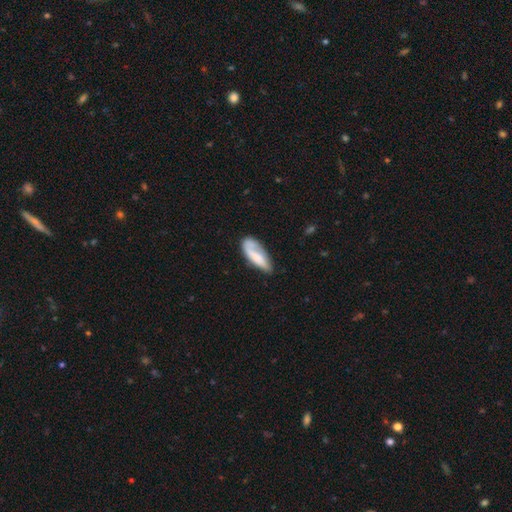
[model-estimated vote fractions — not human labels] Smooth or featured? smooth (60%)
How rounded? in between (73%)
Merging? none (50%)